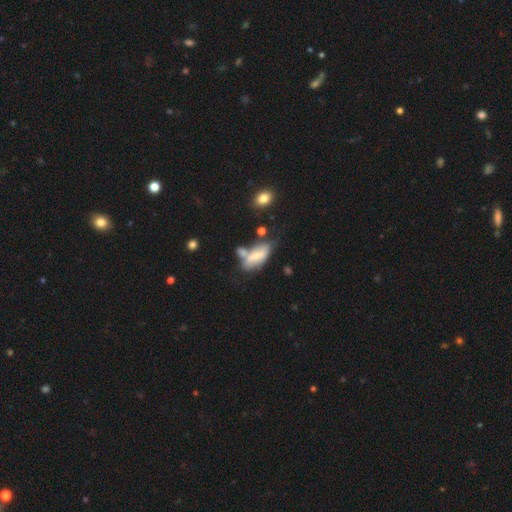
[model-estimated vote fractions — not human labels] The model was most divided on "merging" (2-way tie): merger: 33%, none: 33%, minor disturbance: 22%, major disturbance: 12%. More confident: how rounded — in between (81%); smooth or featured — smooth (63%).